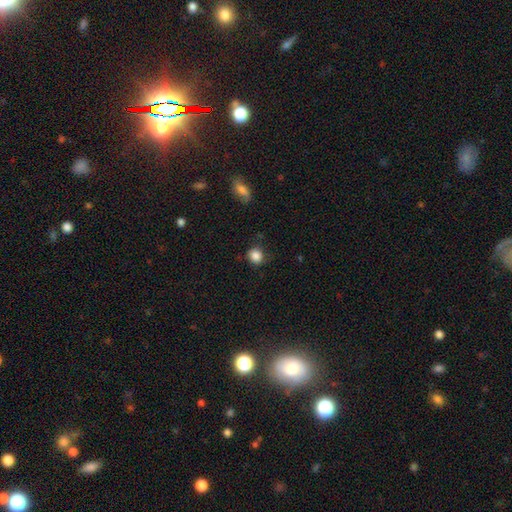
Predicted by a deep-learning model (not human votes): smooth 86%, star or artifact 10%, featured or disk 4%. Down the decision tree: how rounded — round (83%); merging — none (75%).